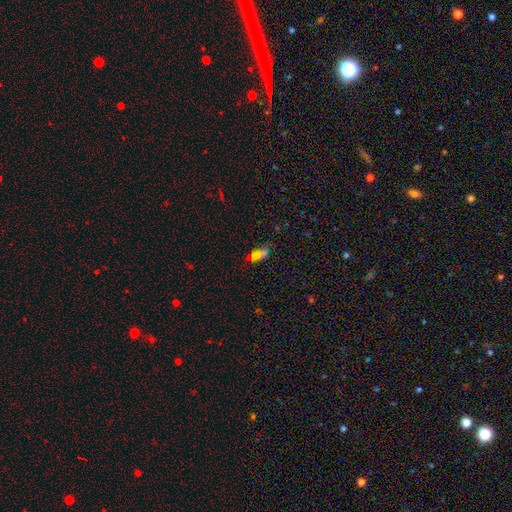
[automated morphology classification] type=smooth (55%); roundness=in between (73%); merging=none (54%).